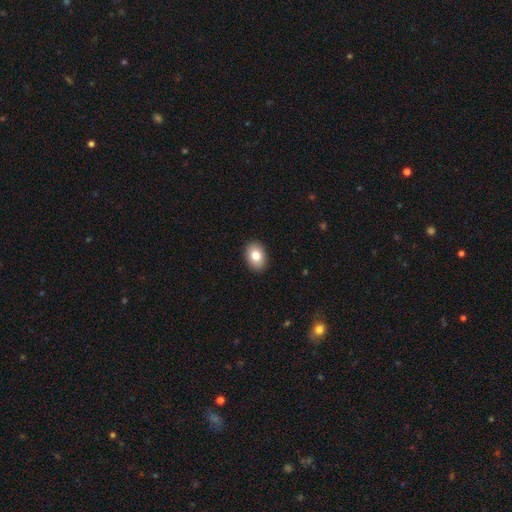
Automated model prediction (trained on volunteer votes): smooth_or_featured: smooth (p=0.83) [alt: featured or disk p=0.09]
how_rounded: in between (p=0.76) [alt: round p=0.23]
merging: none (p=0.91) [alt: minor disturbance p=0.07]